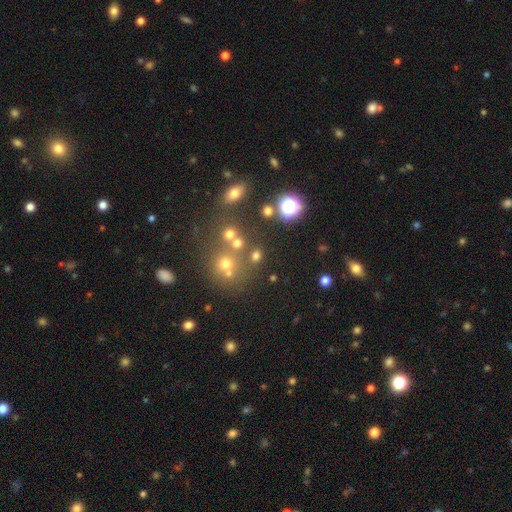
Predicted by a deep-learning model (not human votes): A smooth galaxy with no disk features (61%) that is round (72%). Merging: none (67%).